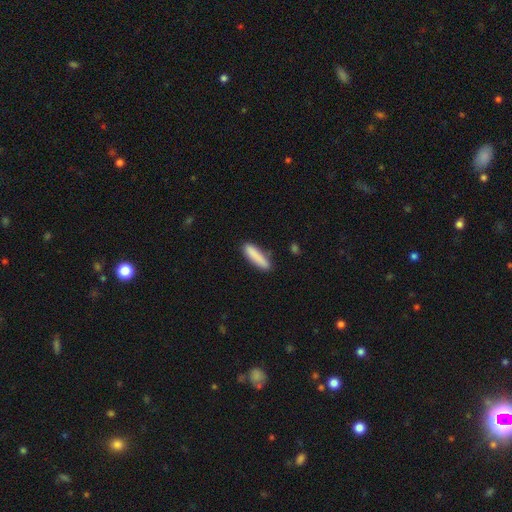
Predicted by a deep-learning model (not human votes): smooth-or-featured: smooth: 86% | featured or disk: 8% | star or artifact: 6%
  how-rounded: cigar-shaped: 79% | in between: 20% | round: 1%
  merging: none: 83% | minor disturbance: 12% | merger: 3% | major disturbance: 2%